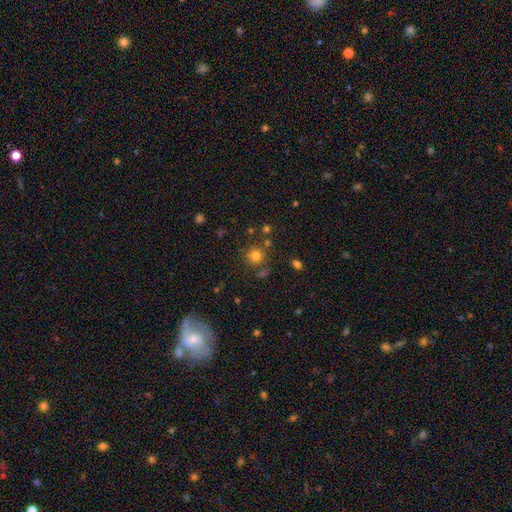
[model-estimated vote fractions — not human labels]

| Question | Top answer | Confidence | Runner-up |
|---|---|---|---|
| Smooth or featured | smooth | 76% | star or artifact (16%) |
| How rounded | round | 91% | in between (8%) |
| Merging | none | 76% | minor disturbance (10%) |